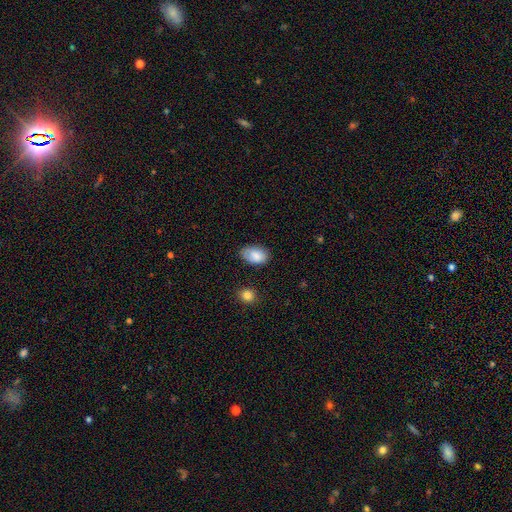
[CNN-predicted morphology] Smooth or featured? Predicted: smooth (p=0.85). How rounded? Predicted: in between (p=0.91). Merging? Predicted: none (p=0.72).